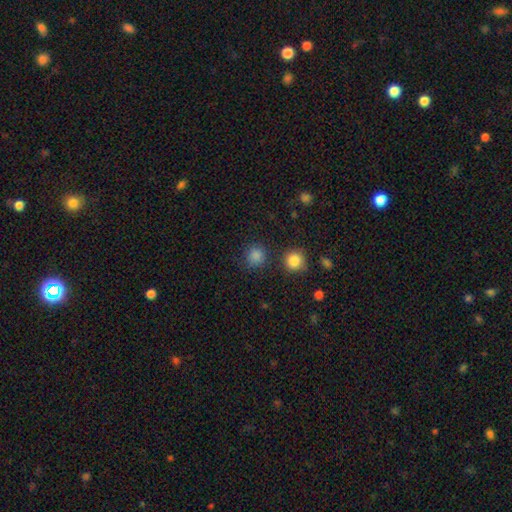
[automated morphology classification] This appears to be a smooth galaxy with no disk features (83%) that is round (91%). Merging: none (82%).